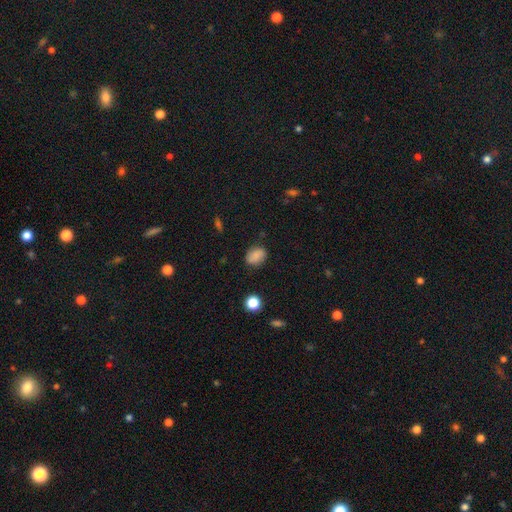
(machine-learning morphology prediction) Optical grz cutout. It shows a smooth galaxy with no disk features (83%) that is in between round and cigar-shaped (71%). Merging: none (79%).